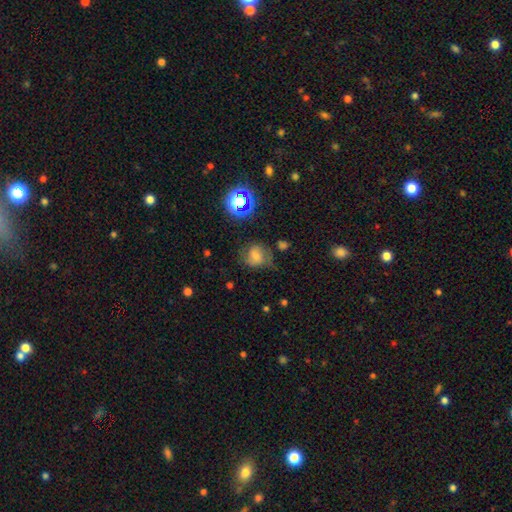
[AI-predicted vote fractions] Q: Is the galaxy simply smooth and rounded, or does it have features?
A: smooth — 49%.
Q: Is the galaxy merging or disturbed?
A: none — 57%.